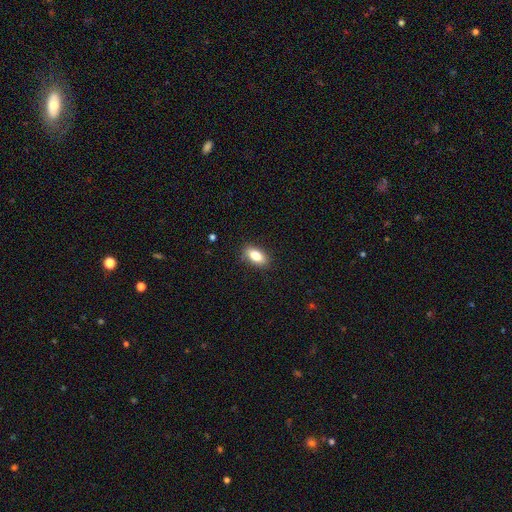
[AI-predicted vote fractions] smooth-or-featured: smooth: 83% | featured or disk: 9% | star or artifact: 8%
  how-rounded: in between: 89% | cigar-shaped: 6% | round: 5%
  merging: none: 87% | minor disturbance: 10% | major disturbance: 2% | merger: 1%